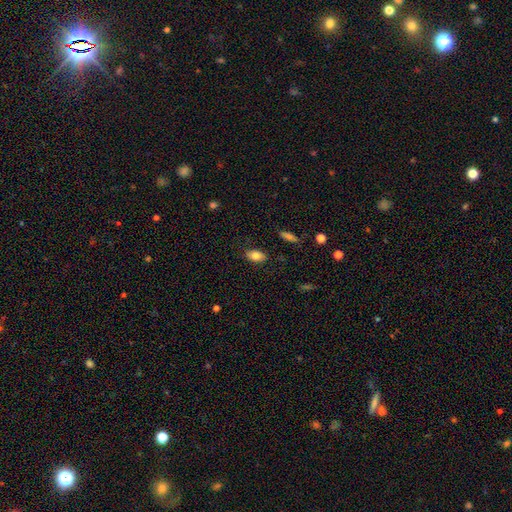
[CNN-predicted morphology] A smooth galaxy with no disk features (79%) that is in between round and cigar-shaped (90%). Merging: none (86%).